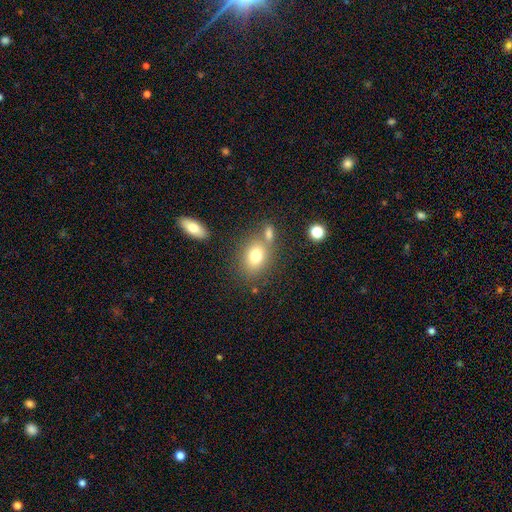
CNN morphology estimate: The model was most divided on "how rounded": in between: 64%, round: 34%, cigar-shaped: 2%. More confident: smooth or featured — smooth (77%); merging — none (59%).